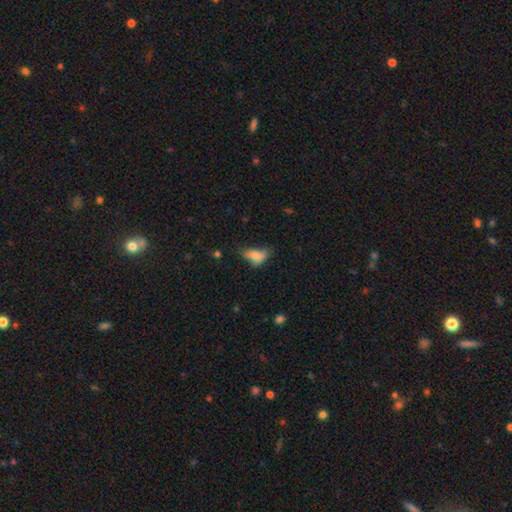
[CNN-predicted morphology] smooth-or-featured: smooth: 69% | featured or disk: 20% | star or artifact: 11%
  how-rounded: in between: 85% | round: 8% | cigar-shaped: 7%
  merging: minor disturbance: 34% | major disturbance: 30% | none: 29% | merger: 7%